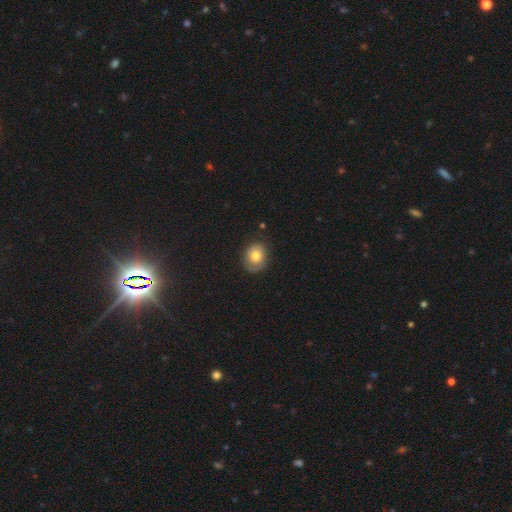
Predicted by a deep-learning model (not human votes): Smooth or featured: smooth — 74% (featured or disk — 18%)
How rounded: round — 56% (in between — 43%)
Merging: none — 78% (minor disturbance — 17%)